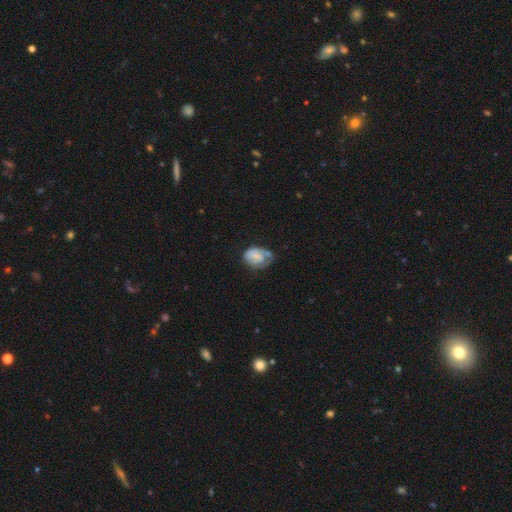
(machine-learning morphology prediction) Smooth or featured? Predicted: smooth (p=0.55). How rounded? Predicted: in between (p=0.72). Merging? Predicted: none (p=0.36).